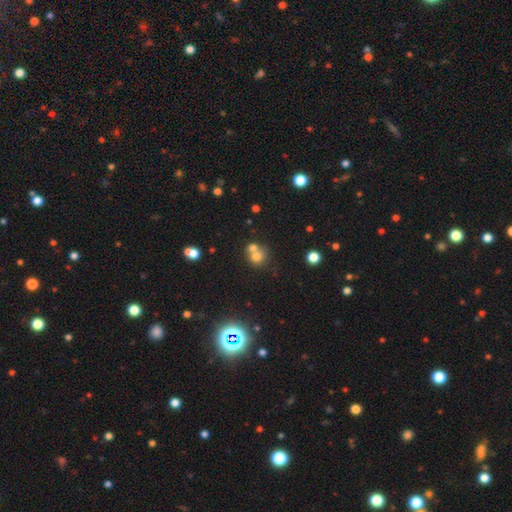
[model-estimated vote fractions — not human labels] Smooth or featured?
  - smooth: 69% *
  - star or artifact: 16%
  - featured or disk: 15%
How rounded?
  - round: 79% *
  - in between: 20%
  - cigar-shaped: 1%
Merging?
  - merger: 54% *
  - none: 36%
  - minor disturbance: 7%
  - major disturbance: 3%